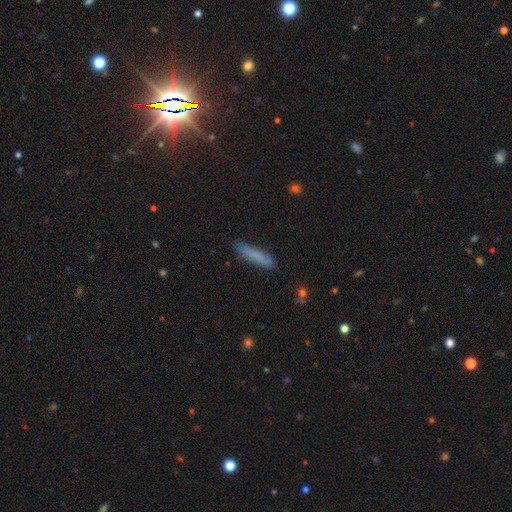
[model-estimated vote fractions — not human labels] The model was most divided on "smooth or featured": smooth: 80%, featured or disk: 13%, star or artifact: 7%. More confident: how rounded — cigar-shaped (89%); merging — none (87%).